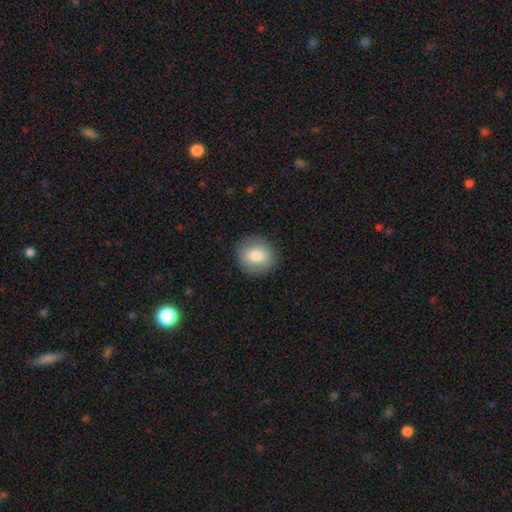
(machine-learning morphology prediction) smooth-or-featured: smooth: 81% | featured or disk: 11% | star or artifact: 8%
  how-rounded: round: 85% | in between: 14% | cigar-shaped: 1%
  merging: none: 88% | minor disturbance: 8% | major disturbance: 3% | merger: 1%